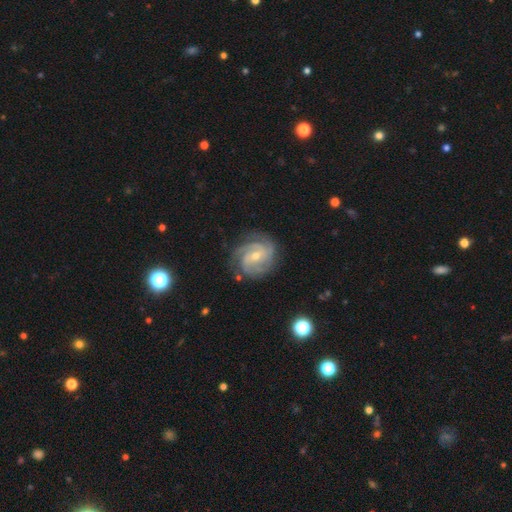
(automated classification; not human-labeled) Q: Smooth or featured?
A: featured or disk (88%); runner-up: star or artifact (6%)
Q: Edge-on disk?
A: no (98%); runner-up: yes (2%)
Q: Bar?
A: no (47%); runner-up: weak (40%)
Q: Spiral arms?
A: yes (98%); runner-up: no (2%)
Q: Spiral winding?
A: tight (60%); runner-up: medium (34%)
Q: Spiral arm count?
A: 3 (40%); runner-up: 2 (18%)
Q: Bulge size?
A: small (57%); runner-up: moderate (41%)
Q: Merging?
A: none (78%); runner-up: minor disturbance (16%)